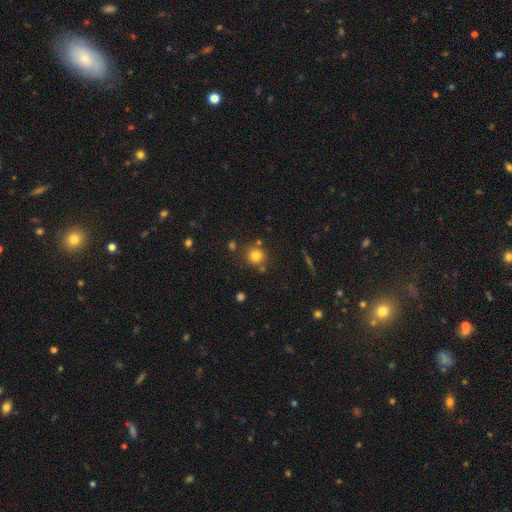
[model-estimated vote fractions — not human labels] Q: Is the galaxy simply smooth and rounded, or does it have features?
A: smooth — 78%.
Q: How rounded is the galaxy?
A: round — 90%.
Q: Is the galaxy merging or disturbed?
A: none — 78%.